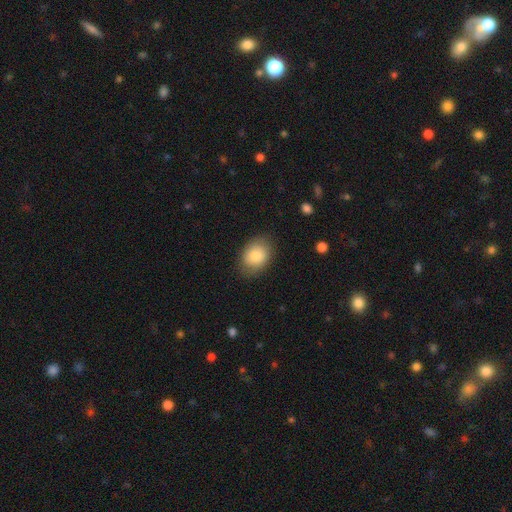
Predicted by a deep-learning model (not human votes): The model was most divided on "how rounded": in between: 69%, round: 30%, cigar-shaped: 1%. More confident: smooth or featured — smooth (81%); merging — none (81%).